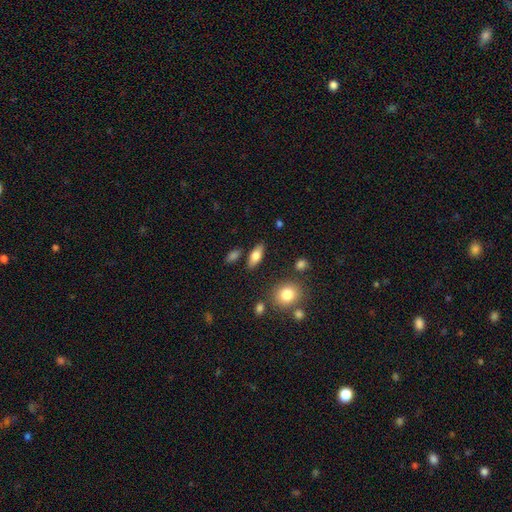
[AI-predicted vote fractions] A smooth galaxy with no disk features (72%) that is in between round and cigar-shaped (79%).

Vote fractions:
- Smooth or featured? smooth: 72% / featured or disk: 20% / star or artifact: 8%
- How rounded? in between: 79% / cigar-shaped: 17% / round: 4%
- Merging? none: 82% / minor disturbance: 11% / merger: 5% / major disturbance: 3%